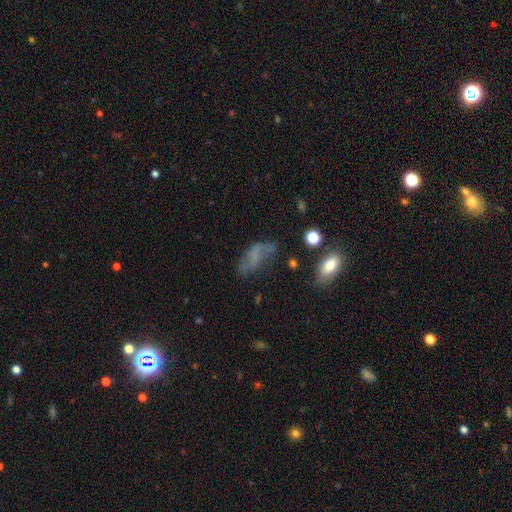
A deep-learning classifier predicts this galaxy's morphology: Q: Smooth or featured?
A: featured or disk (51%); runner-up: smooth (35%)
Q: Edge-on disk?
A: no (93%); runner-up: yes (7%)
Q: Merging?
A: none (50%); runner-up: minor disturbance (25%)